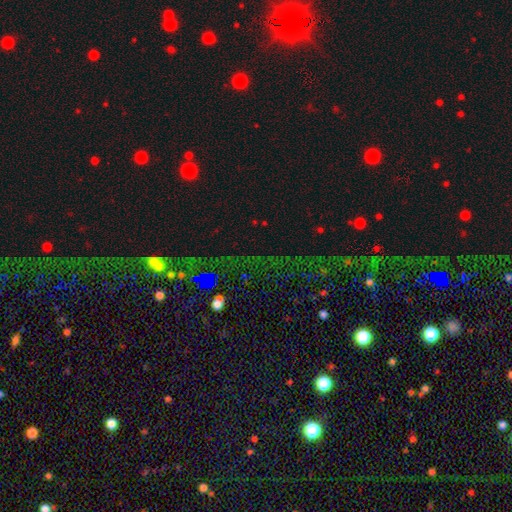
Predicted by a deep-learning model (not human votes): Q: Smooth or featured?
A: star or artifact (76%); runner-up: smooth (14%)